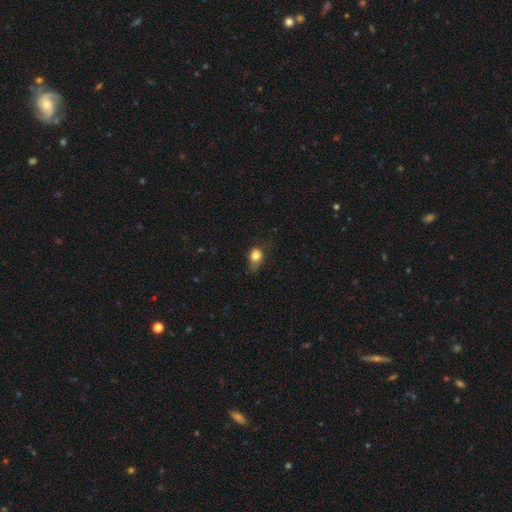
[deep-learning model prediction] This appears to be a smooth galaxy with no disk features (80%) that is in between round and cigar-shaped (55%). Merging: none (42%).